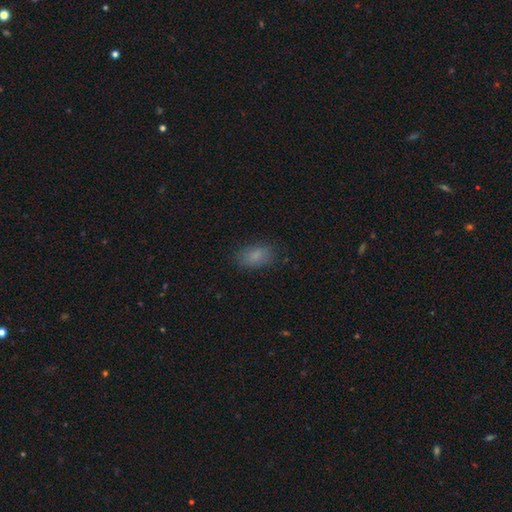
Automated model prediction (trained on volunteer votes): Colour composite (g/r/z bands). It shows a smooth galaxy with no disk features (81%) that is in between round and cigar-shaped (88%). Merging: none (78%).